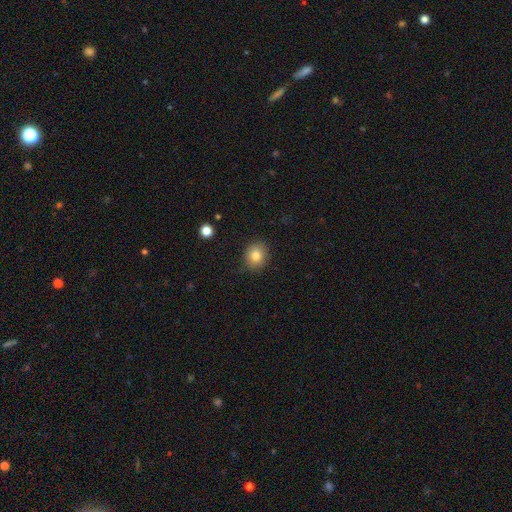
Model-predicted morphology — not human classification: This is clearly a smooth galaxy (81%). How rounded: likely round (69%). Merging: clearly none (83%).